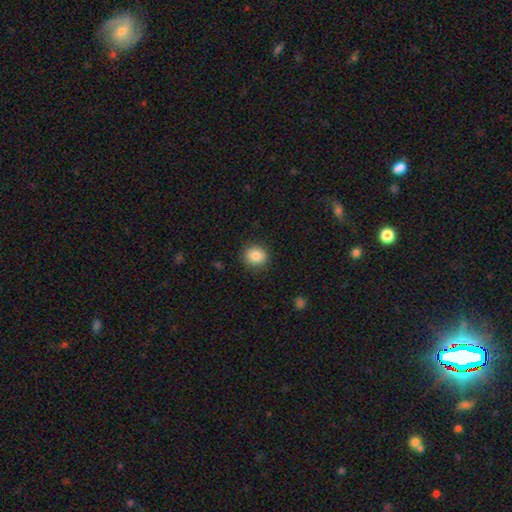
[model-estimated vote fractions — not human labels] This is clearly a smooth galaxy (84%). How rounded: clearly round (88%). Merging: clearly none (89%).